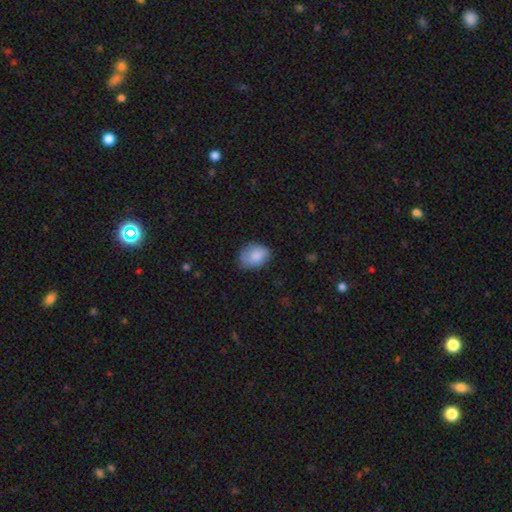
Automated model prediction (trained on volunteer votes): Morphology: type=smooth (79%); roundness=in between (64%); merging=none (61%).